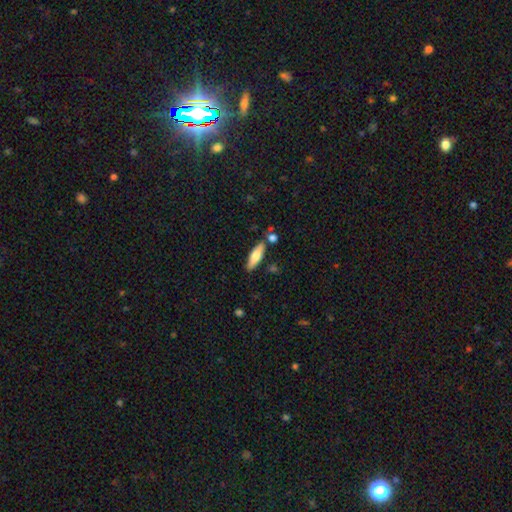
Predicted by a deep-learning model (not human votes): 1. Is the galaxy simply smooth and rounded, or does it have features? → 65% smooth, 29% featured or disk, 6% star or artifact.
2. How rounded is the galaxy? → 57% cigar-shaped, 41% in between, 2% round.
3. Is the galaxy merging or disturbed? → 80% none, 11% minor disturbance, 6% merger, 2% major disturbance.